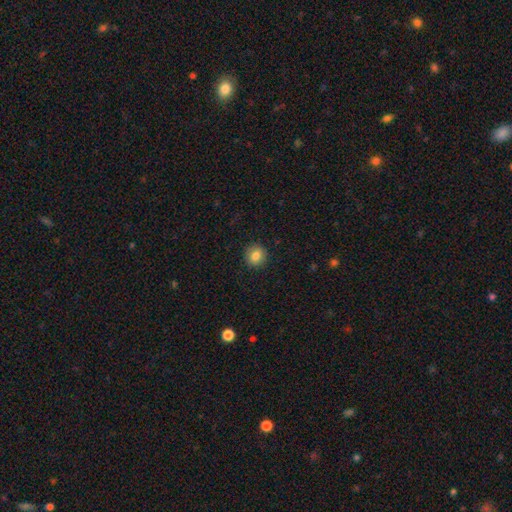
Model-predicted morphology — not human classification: A smooth galaxy with no disk features (83%) that is round (86%). Merging: none (91%).